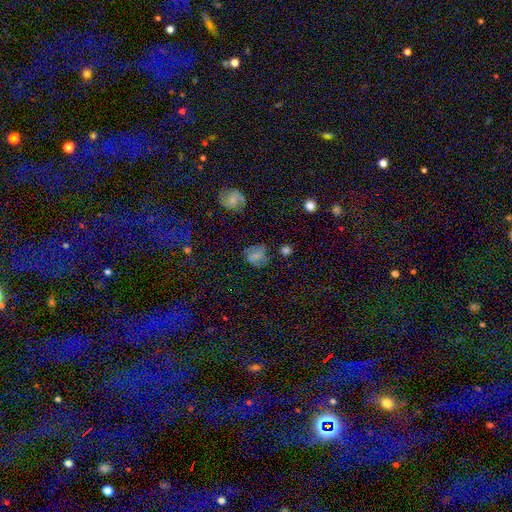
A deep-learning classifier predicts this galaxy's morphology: Smooth or featured?
  - featured or disk: 46% *
  - smooth: 43%
  - star or artifact: 12%
Merging?
  - none: 66% *
  - minor disturbance: 21%
  - major disturbance: 10%
  - merger: 3%